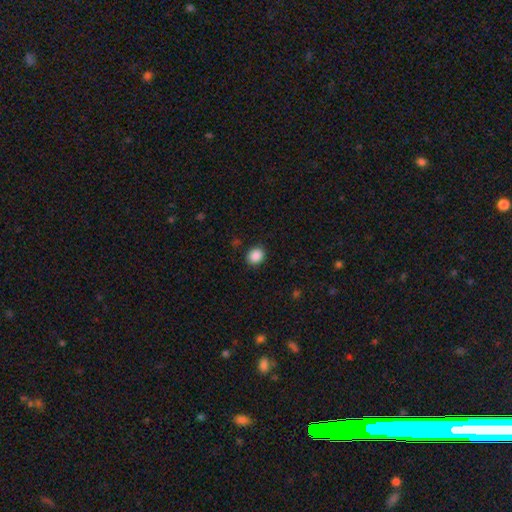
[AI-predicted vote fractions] A smooth galaxy with no disk features (88%) that is round (60%). Merging: none (89%).